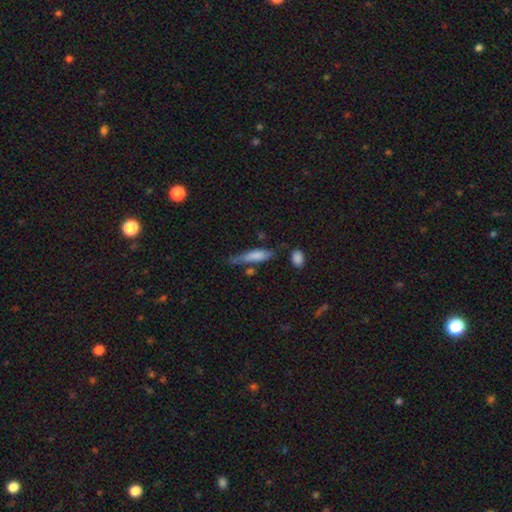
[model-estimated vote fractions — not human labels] Smooth or featured: smooth — 72% (featured or disk — 22%)
How rounded: cigar-shaped — 69% (in between — 29%)
Merging: none — 51% (minor disturbance — 30%)